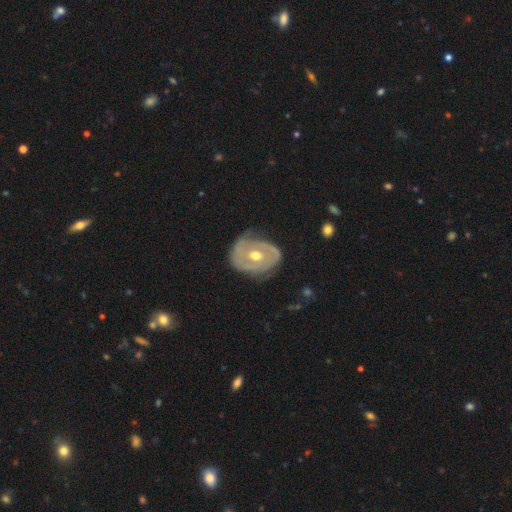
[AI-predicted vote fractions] A featured or disk galaxy (76%) with no bar (67%), spiral arms (61%) and a moderate central bulge (79%). Merging: none (61%).